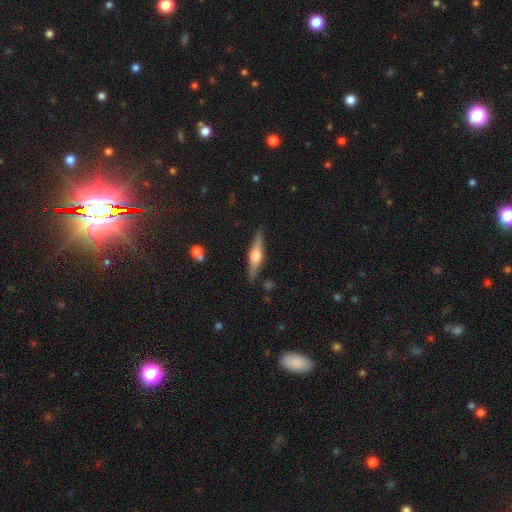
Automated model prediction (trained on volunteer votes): smooth-or-featured: featured or disk: 68% | smooth: 26% | star or artifact: 6%
  disk-edge-on: yes: 97% | no: 3%
    edge-on-bulge: rounded: 90% | boxy: 8% | none: 2%
  merging: none: 88% | minor disturbance: 8% | major disturbance: 2% | merger: 2%